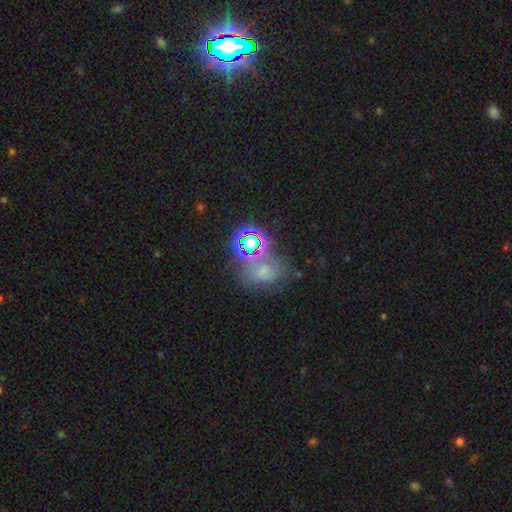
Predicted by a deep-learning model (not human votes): Smooth or featured? Predicted: star or artifact (p=0.43).